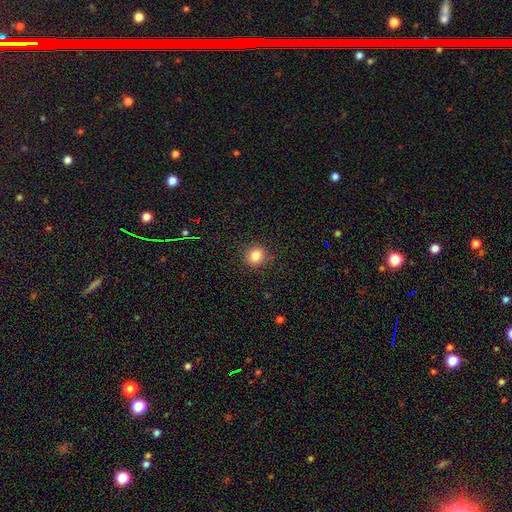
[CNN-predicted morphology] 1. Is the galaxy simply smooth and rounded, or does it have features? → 83% smooth, 12% star or artifact, 5% featured or disk.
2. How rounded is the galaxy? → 87% round, 12% in between, 1% cigar-shaped.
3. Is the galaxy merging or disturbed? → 89% none, 8% minor disturbance, 2% major disturbance, 1% merger.